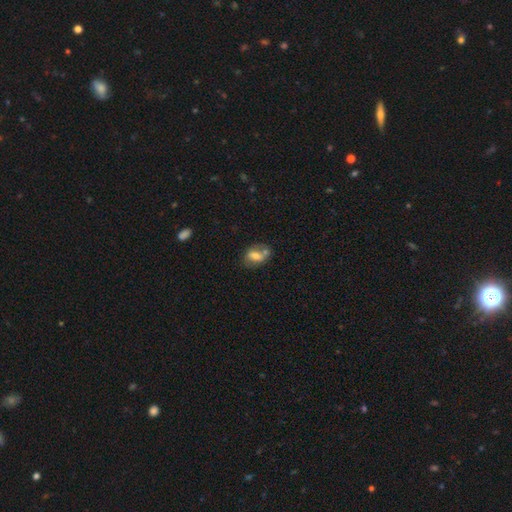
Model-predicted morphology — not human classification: type=smooth (59%); roundness=in between (79%); merging=none (45%).